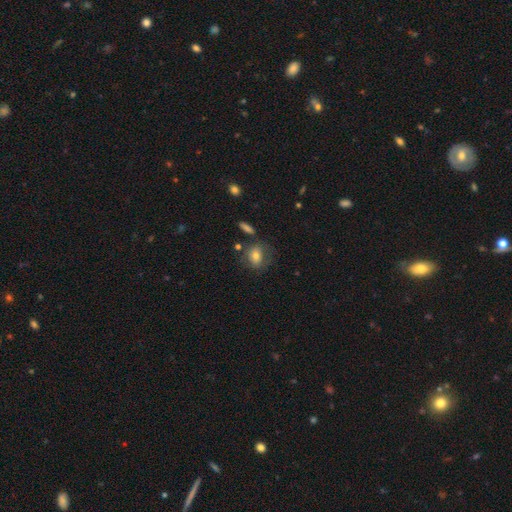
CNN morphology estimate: Q: Smooth or featured?
A: smooth (69%); runner-up: featured or disk (22%)
Q: How rounded?
A: in between (50%); runner-up: round (48%)
Q: Merging?
A: none (62%); runner-up: minor disturbance (20%)